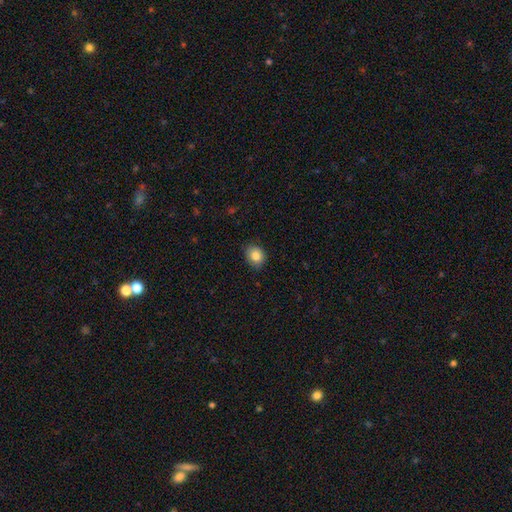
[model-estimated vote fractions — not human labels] Overall: smooth (85%). How rounded: round (65%; in between 34%). Merging: none (83%).